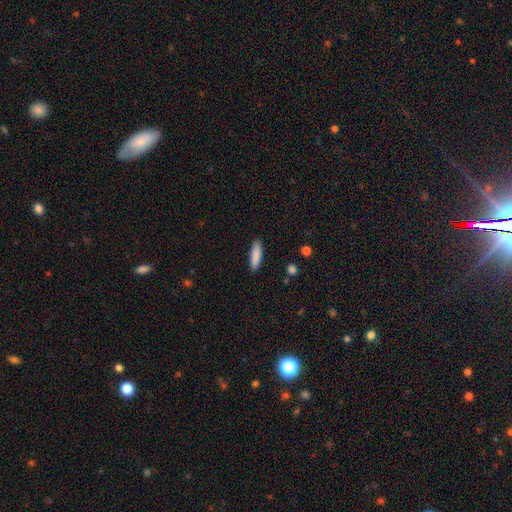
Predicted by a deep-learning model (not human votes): A smooth galaxy with no disk features (87%) that is cigar-shaped (63%). Merging: none (87%).